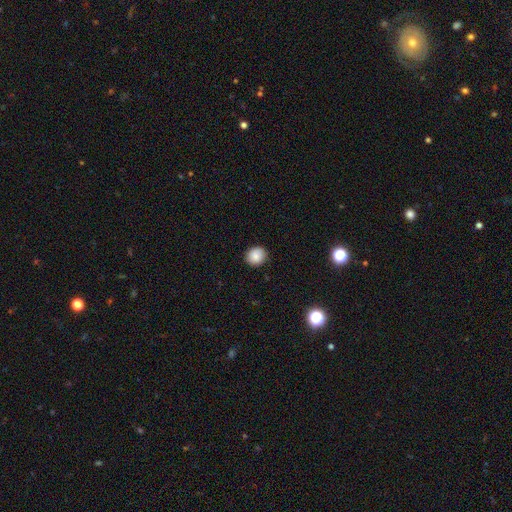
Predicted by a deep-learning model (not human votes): This appears to be a smooth galaxy with no disk features (86%) that is round (81%). Merging: none (89%).